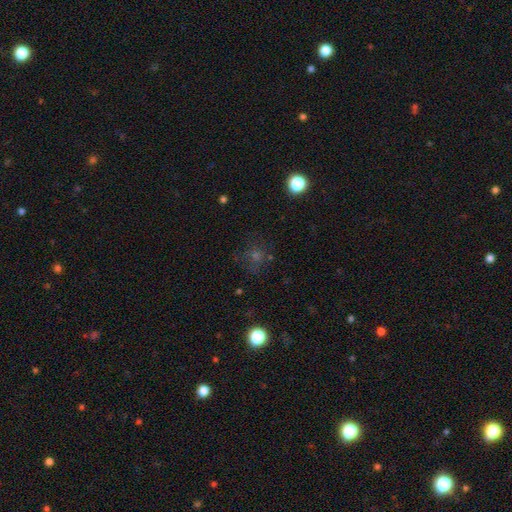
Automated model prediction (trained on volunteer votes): The model was most divided on "smooth or featured": smooth: 44%, star or artifact: 39%, featured or disk: 17%. More confident: merging — none (75%).